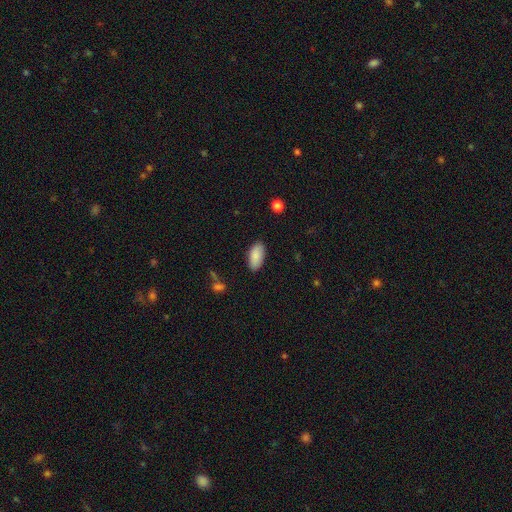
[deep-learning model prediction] A smooth galaxy with no disk features (88%) that is in between round and cigar-shaped (94%).

Vote fractions:
- Smooth or featured? smooth: 88% / star or artifact: 6% / featured or disk: 5%
- How rounded? in between: 94% / cigar-shaped: 4% / round: 2%
- Merging? none: 86% / minor disturbance: 10% / major disturbance: 2% / merger: 1%